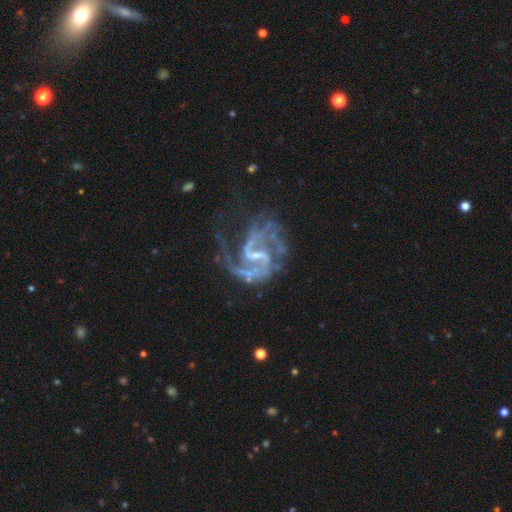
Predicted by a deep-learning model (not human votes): Morphology: type=featured or disk (92%); edge-on=no (98%); bar=weak (56%); spiral arms=yes (97%); winding=medium (55%); arm count=2 (76%); bulge=small (56%); merging=none (45%).